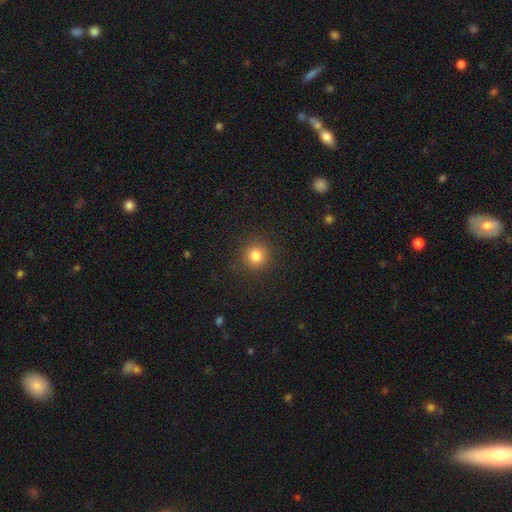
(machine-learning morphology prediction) smooth-or-featured: smooth: 81% | star or artifact: 13% | featured or disk: 6%
  how-rounded: round: 94% | in between: 5% | cigar-shaped: 1%
  merging: none: 91% | minor disturbance: 6% | major disturbance: 2% | merger: 1%